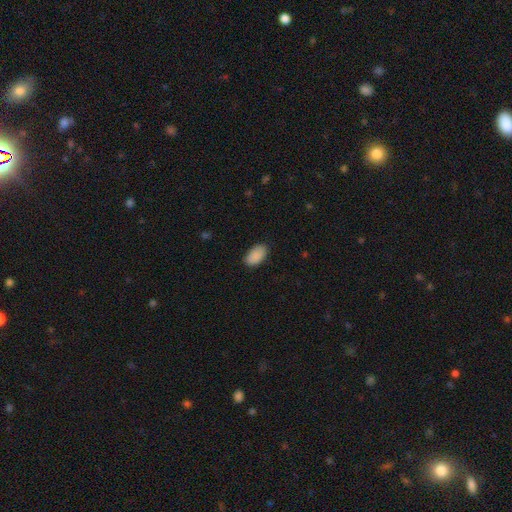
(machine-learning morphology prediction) A smooth galaxy with no disk features (90%) that is in between round and cigar-shaped (95%).

Vote fractions:
- Smooth or featured? smooth: 90% / star or artifact: 7% / featured or disk: 3%
- How rounded? in between: 95% / round: 4% / cigar-shaped: 2%
- Merging? none: 85% / minor disturbance: 12% / major disturbance: 2% / merger: 1%